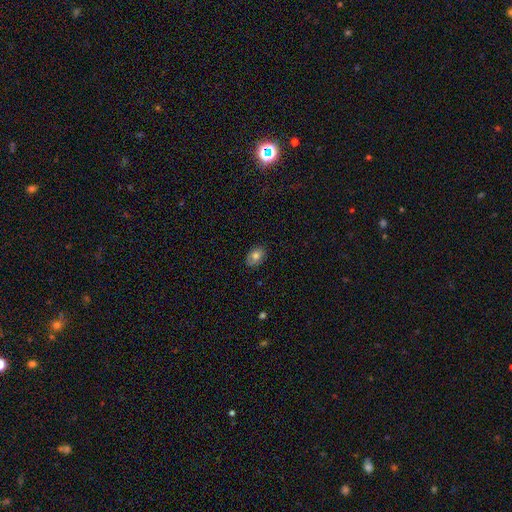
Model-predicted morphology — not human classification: smooth-or-featured: smooth: 78% | featured or disk: 13% | star or artifact: 9%
  how-rounded: in between: 76% | round: 23% | cigar-shaped: 1%
  merging: none: 84% | minor disturbance: 13% | major disturbance: 2% | merger: 1%